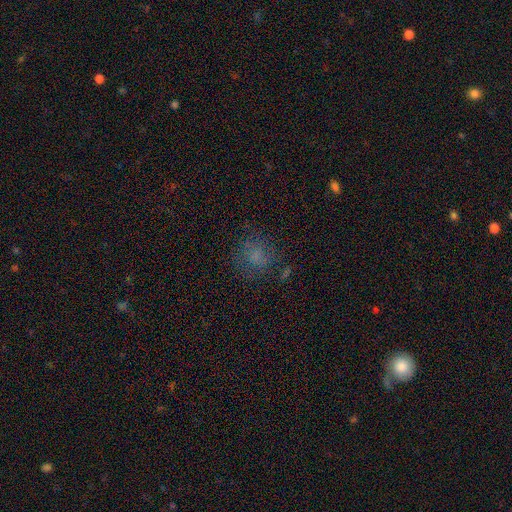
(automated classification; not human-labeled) smooth-or-featured: smooth: 61% | star or artifact: 21% | featured or disk: 17%
  how-rounded: round: 75% | in between: 23% | cigar-shaped: 1%
  merging: none: 67% | minor disturbance: 17% | major disturbance: 13% | merger: 3%